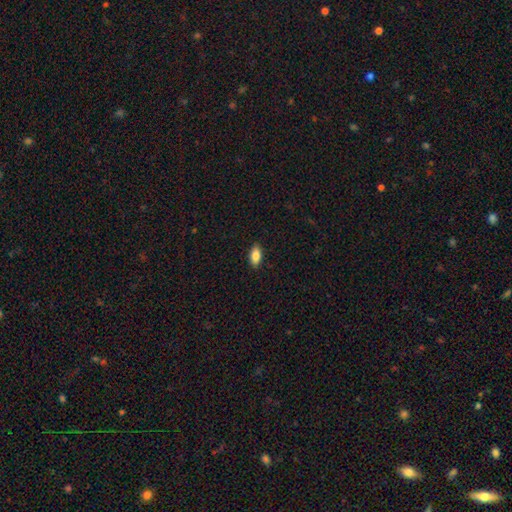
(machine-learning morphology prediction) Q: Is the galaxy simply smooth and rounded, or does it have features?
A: smooth — 86%.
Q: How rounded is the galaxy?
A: in between — 90%.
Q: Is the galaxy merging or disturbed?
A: none — 89%.